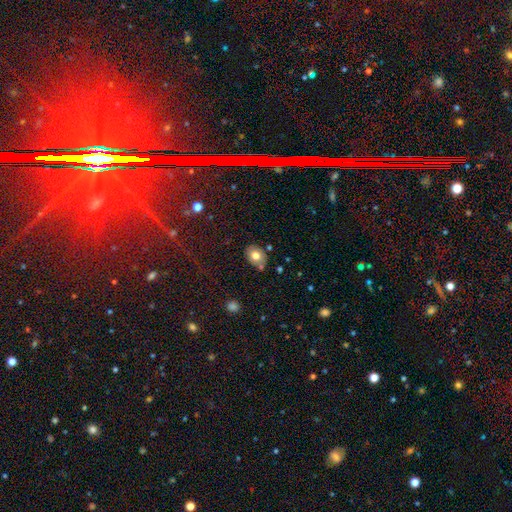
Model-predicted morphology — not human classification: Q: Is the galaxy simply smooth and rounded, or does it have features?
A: smooth — 74%.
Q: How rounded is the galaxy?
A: in between — 63%.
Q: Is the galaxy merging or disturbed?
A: none — 72%.